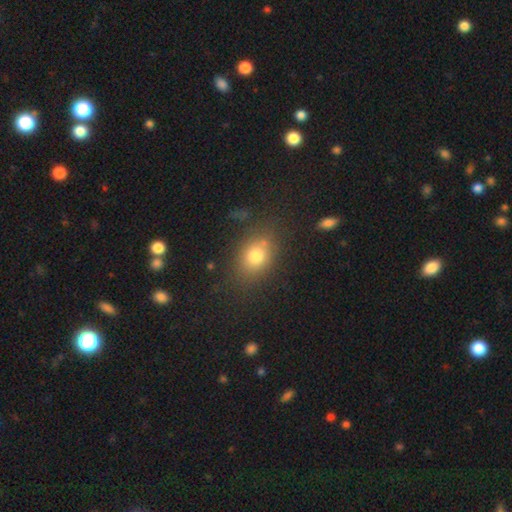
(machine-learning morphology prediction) smooth-or-featured: smooth: 77% | star or artifact: 13% | featured or disk: 10%
  how-rounded: in between: 59% | round: 40% | cigar-shaped: 2%
  merging: none: 76% | minor disturbance: 15% | major disturbance: 5% | merger: 4%